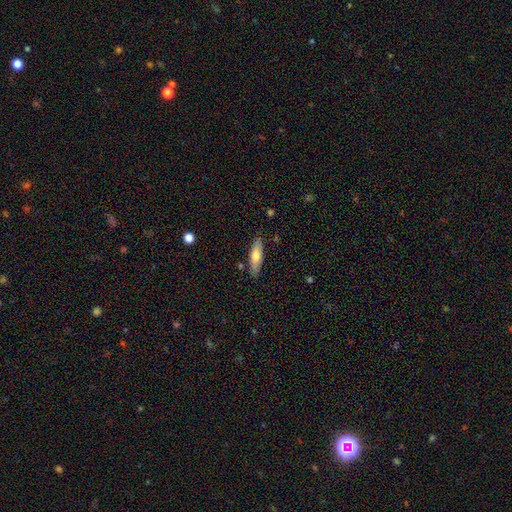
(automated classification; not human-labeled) This is likely a smooth galaxy (66%). How rounded: likely cigar-shaped (63%). Merging: clearly none (85%).